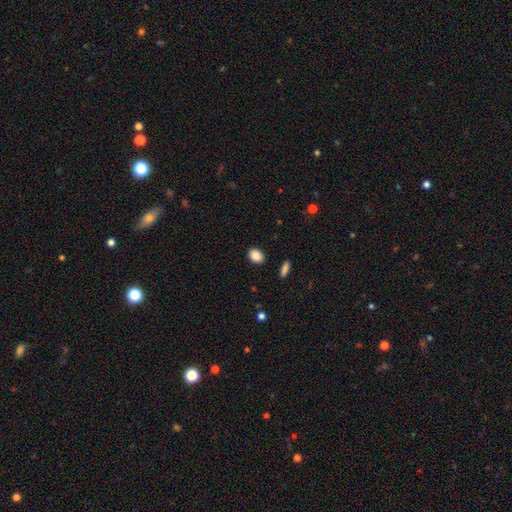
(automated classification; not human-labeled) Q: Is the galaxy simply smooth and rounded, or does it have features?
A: smooth — 88%.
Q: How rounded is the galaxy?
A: in between — 64%.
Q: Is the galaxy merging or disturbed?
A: none — 89%.